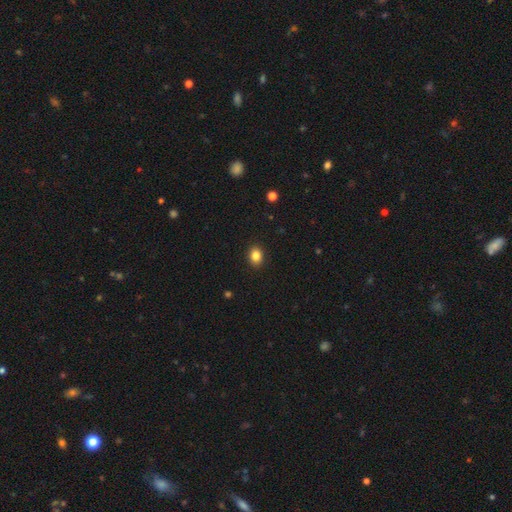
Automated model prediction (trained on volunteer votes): Smooth or featured? smooth (85%)
How rounded? round (50%)
Merging? none (91%)